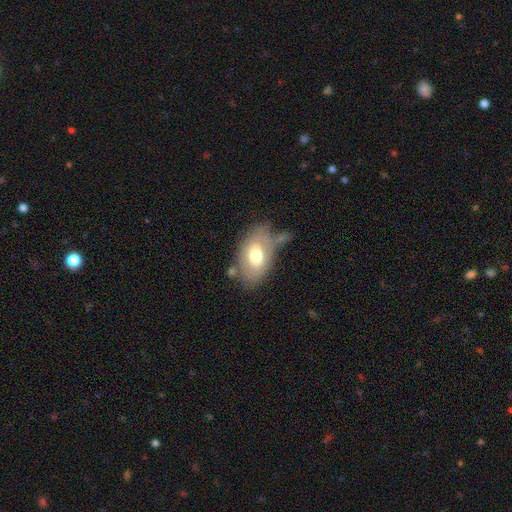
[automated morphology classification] smooth-or-featured: smooth: 63% | featured or disk: 30% | star or artifact: 7%
  how-rounded: in between: 90% | round: 8% | cigar-shaped: 2%
  merging: none: 46% | minor disturbance: 25% | major disturbance: 14% | merger: 14%